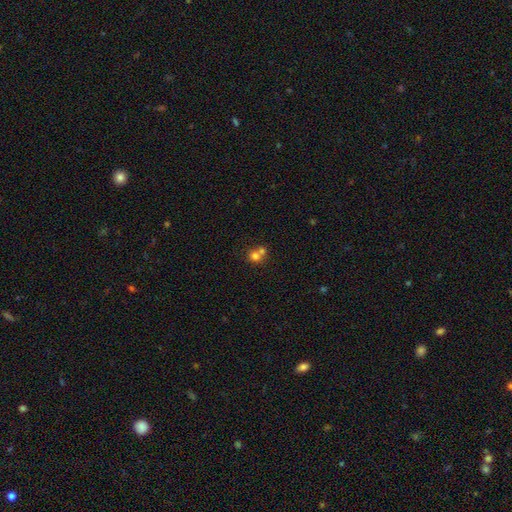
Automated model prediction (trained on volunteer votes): smooth-or-featured: smooth: 72% | featured or disk: 15% | star or artifact: 13%
  how-rounded: round: 81% | in between: 18% | cigar-shaped: 1%
  merging: merger: 58% | none: 35% | minor disturbance: 5% | major disturbance: 3%